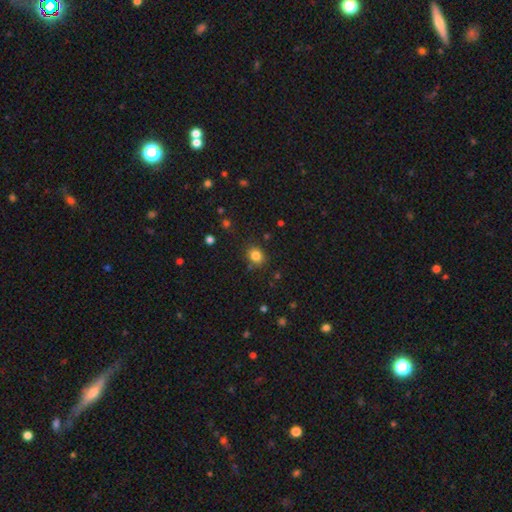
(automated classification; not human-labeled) Smooth or featured: smooth — 83% (star or artifact — 12%)
How rounded: round — 64% (in between — 35%)
Merging: none — 83% (minor disturbance — 11%)